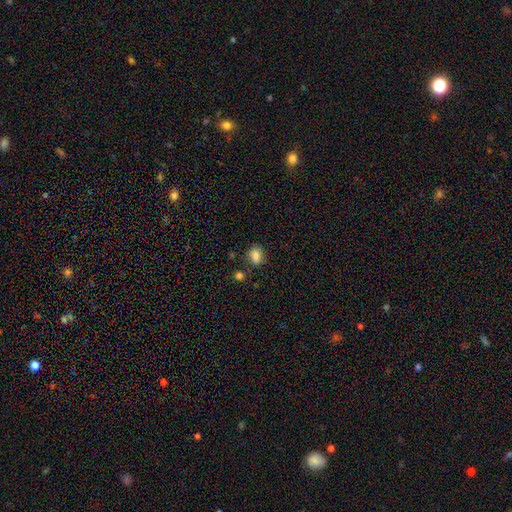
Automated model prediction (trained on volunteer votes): smooth_or_featured: smooth (p=0.84) [alt: star or artifact p=0.11]
how_rounded: in between (p=0.59) [alt: round p=0.40]
merging: none (p=0.75) [alt: minor disturbance p=0.16]